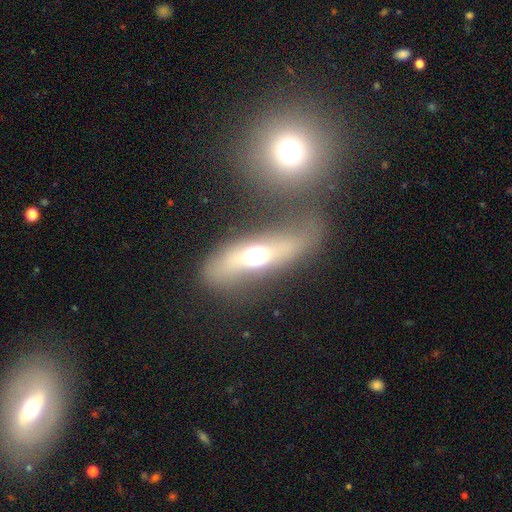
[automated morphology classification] Smooth or featured? Predicted: smooth (p=0.45). Merging? Predicted: none (p=0.47).